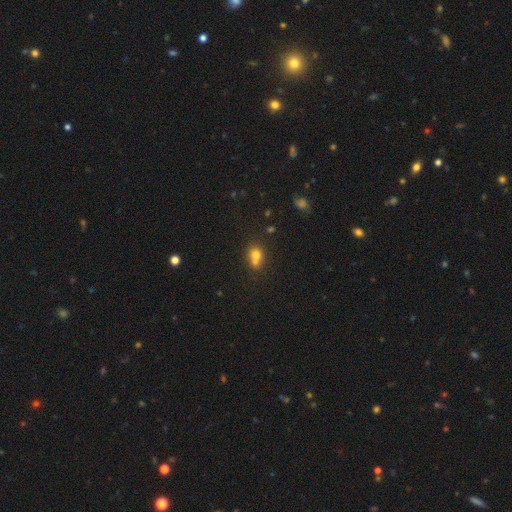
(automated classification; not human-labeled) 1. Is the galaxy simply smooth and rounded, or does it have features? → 70% smooth, 16% featured or disk, 14% star or artifact.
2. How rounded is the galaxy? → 60% round, 38% in between, 1% cigar-shaped.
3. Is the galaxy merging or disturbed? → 54% merger, 33% none, 10% minor disturbance, 4% major disturbance.